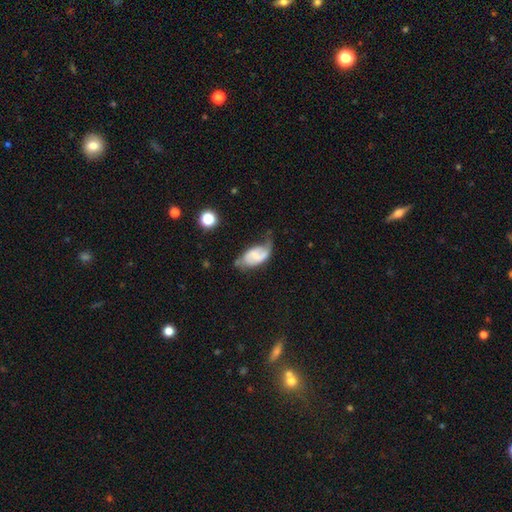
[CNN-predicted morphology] smooth-or-featured: featured or disk: 58% | smooth: 34% | star or artifact: 8%
  disk-edge-on: no: 96% | yes: 4%
    bar: weak: 43% | no: 39% | strong: 17%
    has-spiral-arms: yes: 84% | no: 16%
    bulge-size: small: 43% | none: 30% | moderate: 21% | large: 5% | dominant: 2%
  merging: minor disturbance: 34% (tied) | none: 34% (tied) | major disturbance: 27% | merger: 5%